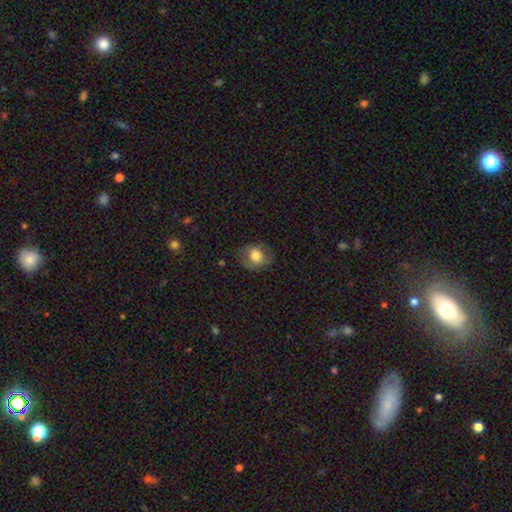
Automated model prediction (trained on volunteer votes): Morphology: type=smooth (73%); roundness=round (58%); merging=none (73%).